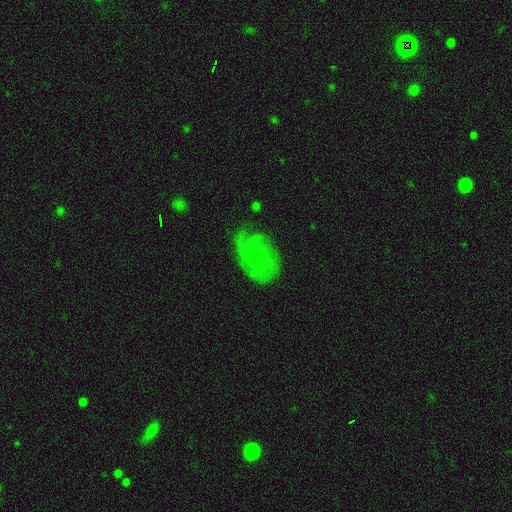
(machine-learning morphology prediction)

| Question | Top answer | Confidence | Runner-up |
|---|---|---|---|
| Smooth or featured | featured or disk | 69% | smooth (23%) |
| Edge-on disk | no | 97% | yes (3%) |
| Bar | no | 64% | weak (32%) |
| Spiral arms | yes | 89% | no (11%) |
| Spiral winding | tight | 47% | medium (40%) |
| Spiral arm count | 2 | 33% | can't tell (32%) |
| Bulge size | small | 46% | moderate (27%) |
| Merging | none | 69% | minor disturbance (21%) |